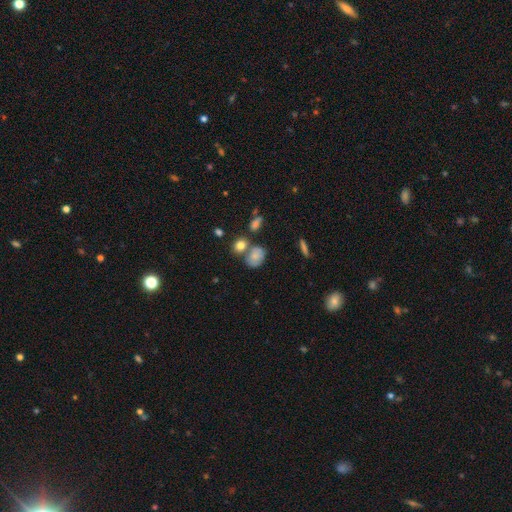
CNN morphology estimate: Smooth or featured? smooth (76%)
How rounded? in between (64%)
Merging? none (50%)